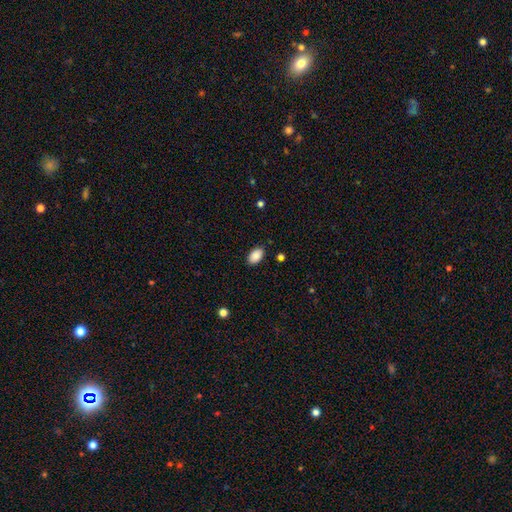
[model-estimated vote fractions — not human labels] Smooth or featured? Predicted: smooth (p=0.88). How rounded? Predicted: in between (p=0.93). Merging? Predicted: none (p=0.86).